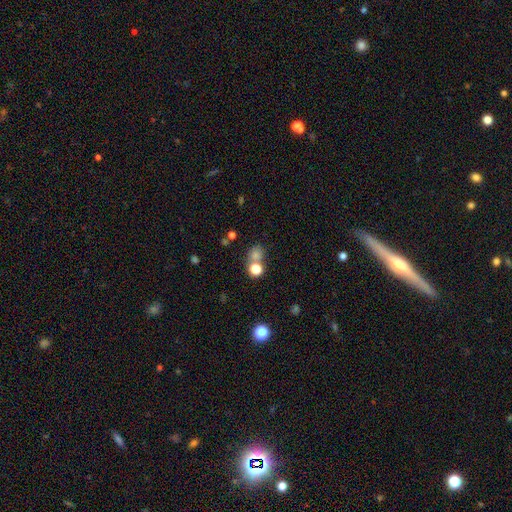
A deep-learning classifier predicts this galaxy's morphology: smooth-or-featured: smooth: 64% | star or artifact: 26% | featured or disk: 10%
  how-rounded: round: 76% | in between: 23% | cigar-shaped: 1%
  merging: none: 57% | merger: 30% | minor disturbance: 8% | major disturbance: 5%